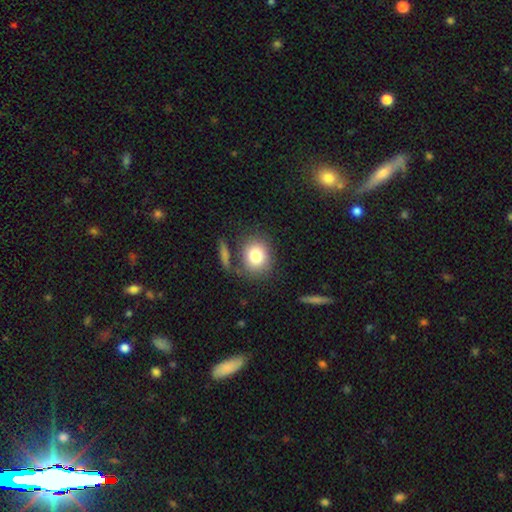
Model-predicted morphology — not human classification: type=smooth (80%); roundness=round (76%); merging=none (72%).